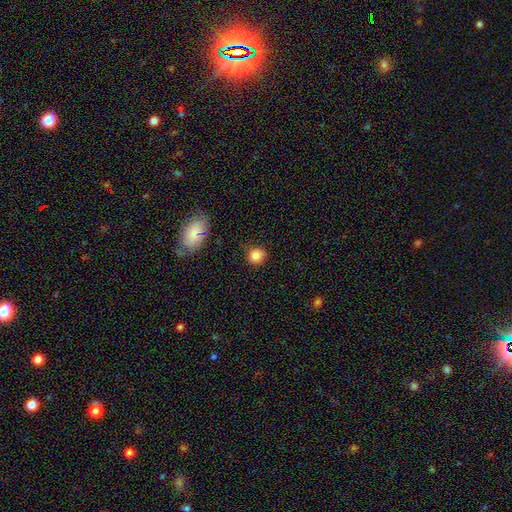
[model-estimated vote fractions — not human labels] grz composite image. It shows a smooth galaxy with no disk features (82%) that is round (80%). Merging: none (80%).